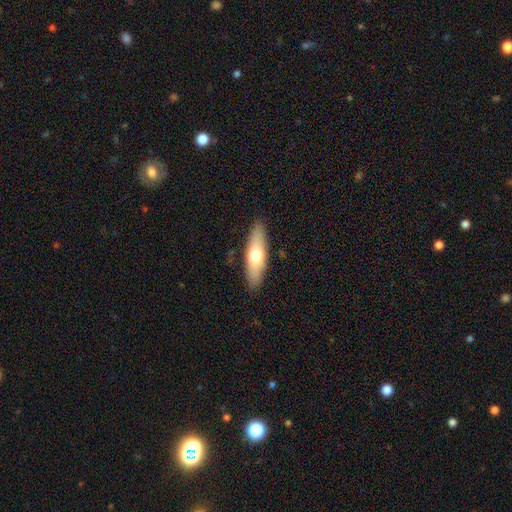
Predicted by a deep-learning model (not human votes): Morphology: type=smooth (64%); roundness=cigar-shaped (56%); merging=none (88%).